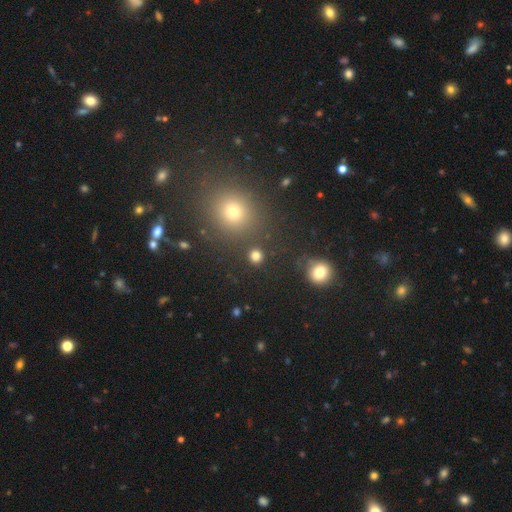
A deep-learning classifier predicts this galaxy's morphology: smooth_or_featured: smooth (p=0.81) [alt: star or artifact p=0.15]
how_rounded: round (p=0.90) [alt: in between p=0.09]
merging: none (p=0.87) [alt: minor disturbance p=0.06]